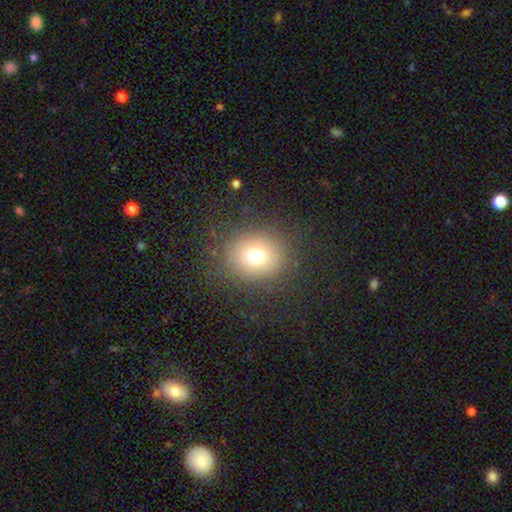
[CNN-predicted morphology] smooth 72%, star or artifact 17%, featured or disk 11%. Down the decision tree: how rounded — round (82%); merging — none (84%).